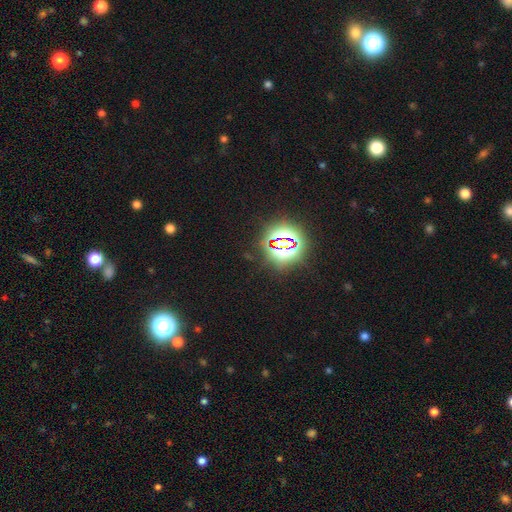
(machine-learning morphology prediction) A star or artifact, not a galaxy (81%).